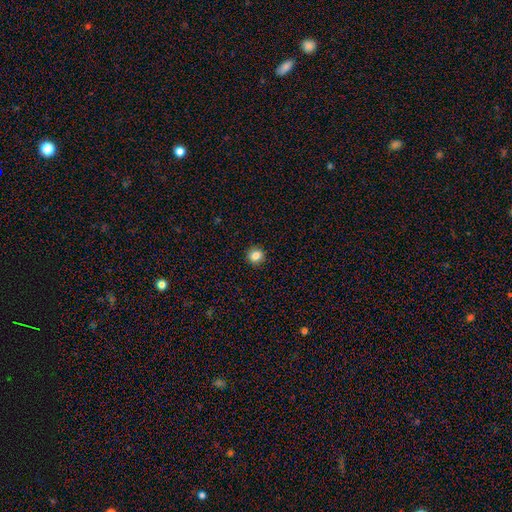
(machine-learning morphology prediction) smooth 84%, star or artifact 11%, featured or disk 5%. Down the decision tree: how rounded — round (89%); merging — none (92%).